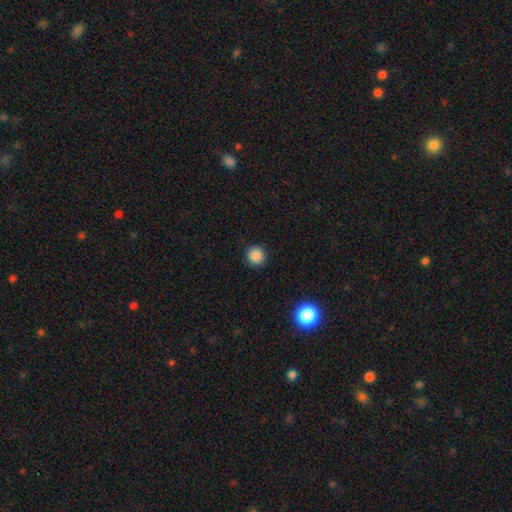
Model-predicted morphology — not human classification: A smooth galaxy with no disk features (87%) that is round (94%). Merging: none (91%).